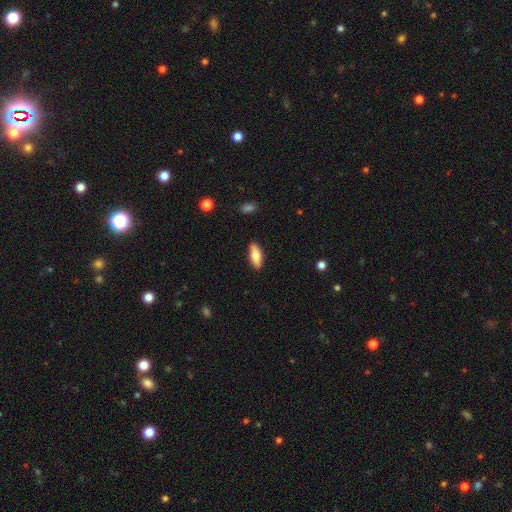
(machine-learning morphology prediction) This is likely a smooth galaxy (77%). How rounded: likely in between (73%). Merging: clearly none (86%).